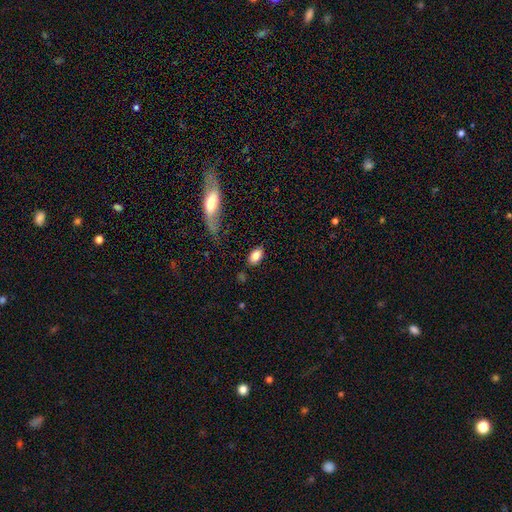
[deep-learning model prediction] Smooth or featured? Predicted: smooth (p=0.83). How rounded? Predicted: in between (p=0.90). Merging? Predicted: none (p=0.84).